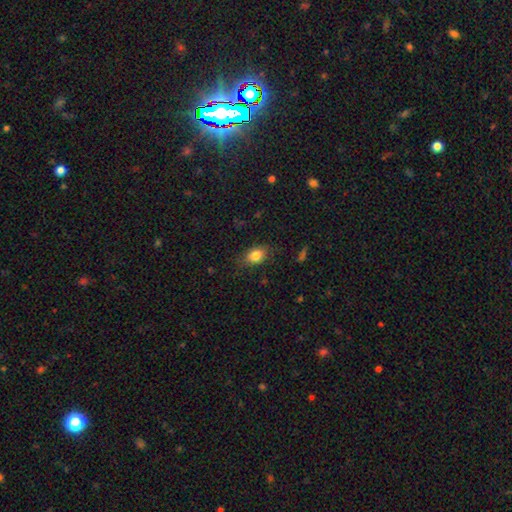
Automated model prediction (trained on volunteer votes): Q: Smooth or featured?
A: smooth (83%); runner-up: star or artifact (9%)
Q: How rounded?
A: in between (79%); runner-up: round (19%)
Q: Merging?
A: none (78%); runner-up: minor disturbance (17%)